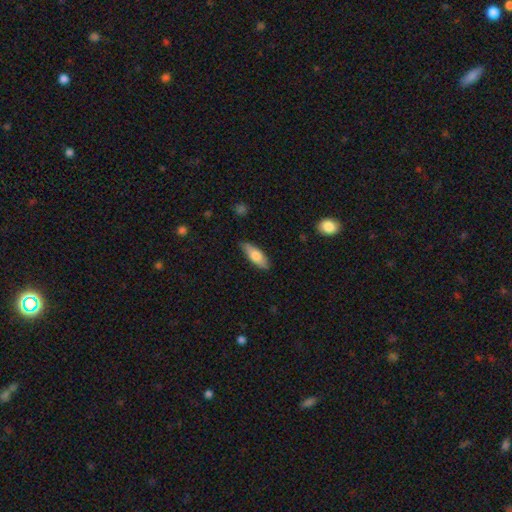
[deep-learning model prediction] Morphology: type=smooth (73%); roundness=in between (66%); merging=none (82%).